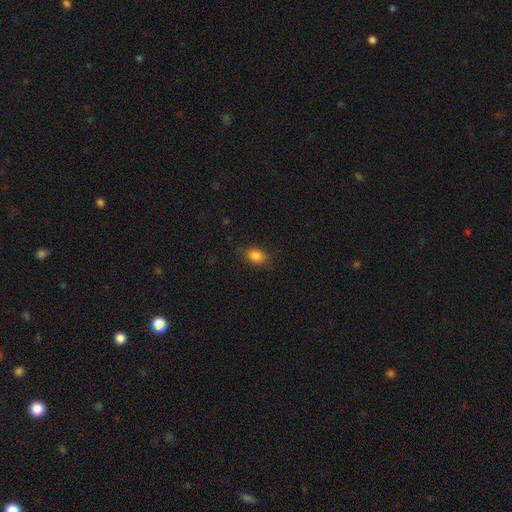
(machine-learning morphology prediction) A smooth galaxy with no disk features (84%) that is in between round and cigar-shaped (69%). Merging: none (83%).